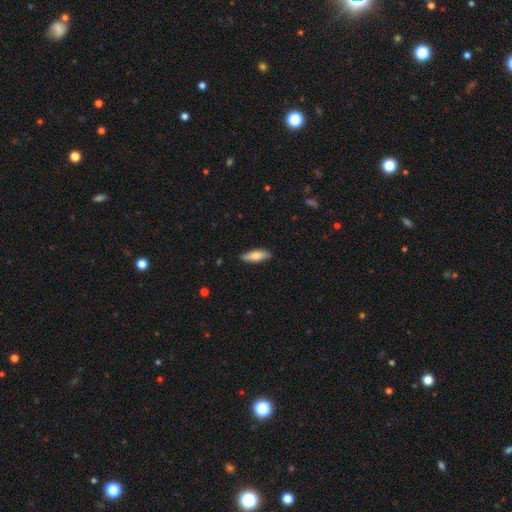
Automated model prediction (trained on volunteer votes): smooth_or_featured: smooth (p=0.75) [alt: featured or disk p=0.19]
how_rounded: in between (p=0.52) [alt: cigar-shaped p=0.46]
merging: none (p=0.87) [alt: minor disturbance p=0.10]